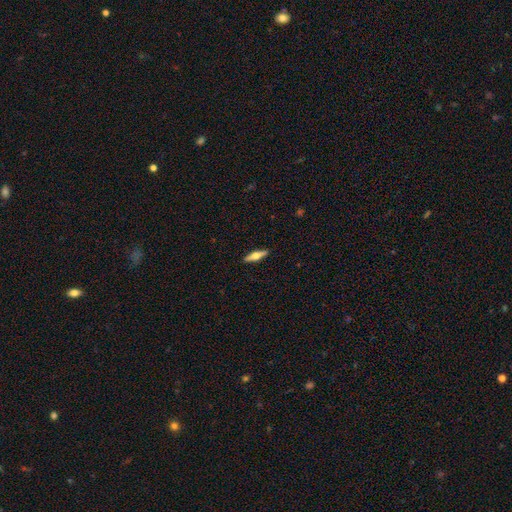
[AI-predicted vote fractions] Smooth or featured?
  - featured or disk: 50% *
  - smooth: 44%
  - star or artifact: 6%
Merging?
  - none: 90% *
  - minor disturbance: 7%
  - major disturbance: 2%
  - merger: 1%